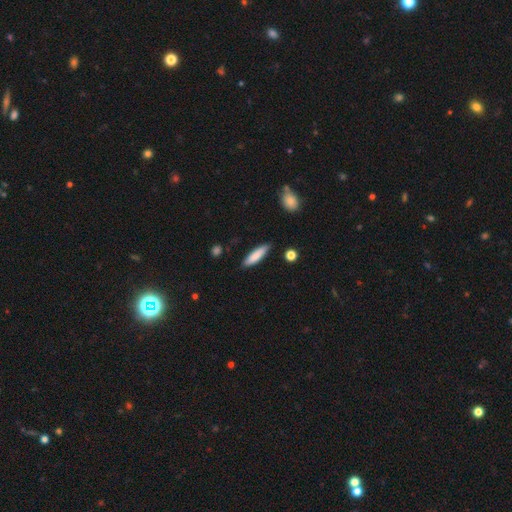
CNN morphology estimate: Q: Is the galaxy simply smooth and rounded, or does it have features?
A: smooth — 83%.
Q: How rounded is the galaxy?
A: cigar-shaped — 72%.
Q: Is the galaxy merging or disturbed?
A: none — 85%.